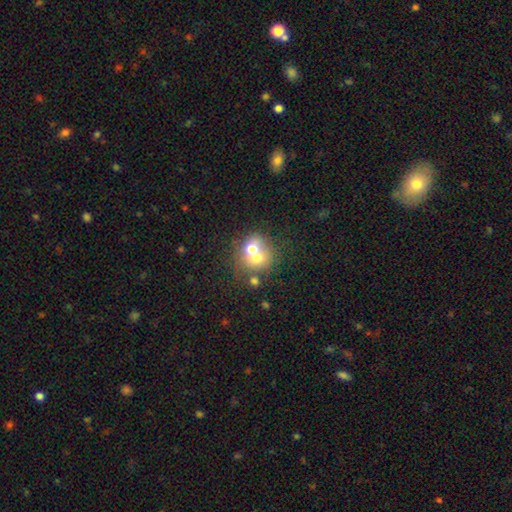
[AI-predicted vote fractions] smooth-or-featured: smooth: 63% | featured or disk: 25% | star or artifact: 11%
  how-rounded: round: 72% | in between: 27% | cigar-shaped: 1%
  merging: merger: 61% | none: 27% | minor disturbance: 7% | major disturbance: 4%